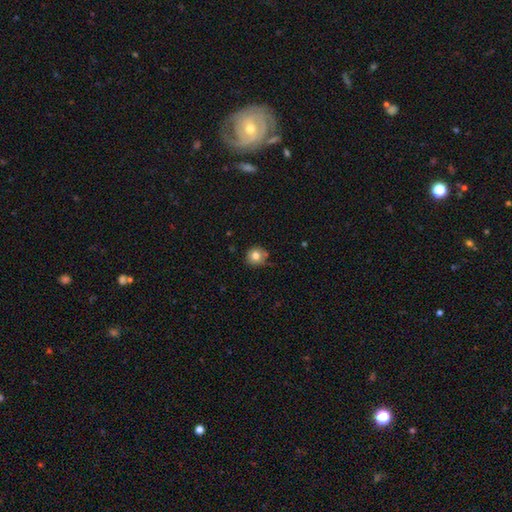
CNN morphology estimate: A smooth galaxy with no disk features (80%) that is round (91%).

Vote fractions:
- Smooth or featured? smooth: 80% / star or artifact: 11% / featured or disk: 10%
- How rounded? round: 91% / in between: 8% / cigar-shaped: 1%
- Merging? none: 76% / minor disturbance: 18% / major disturbance: 3% / merger: 3%